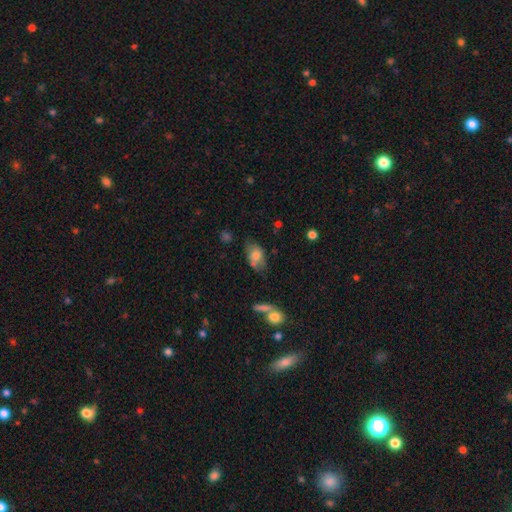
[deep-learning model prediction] Smooth or featured: smooth — 70% (featured or disk — 22%)
How rounded: in between — 87% (round — 10%)
Merging: none — 57% (minor disturbance — 28%)